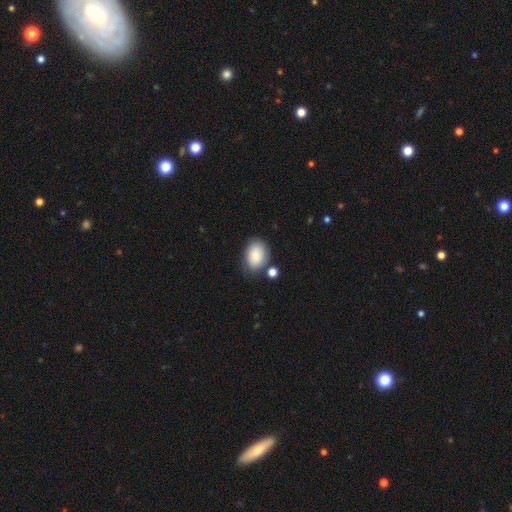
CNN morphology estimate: The model was most divided on "merging": none: 71%, minor disturbance: 17%, merger: 8%, major disturbance: 5%. More confident: smooth or featured — smooth (81%); how rounded — in between (78%).